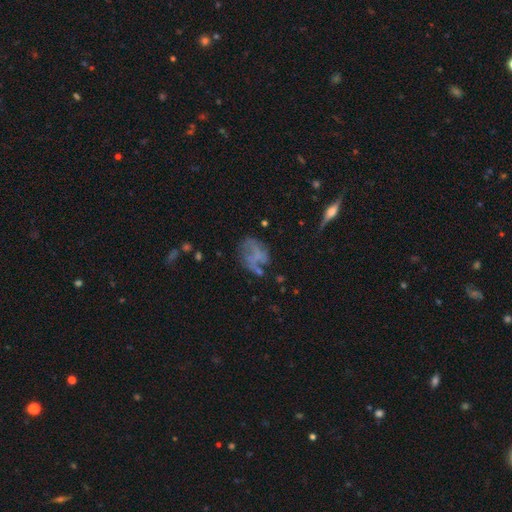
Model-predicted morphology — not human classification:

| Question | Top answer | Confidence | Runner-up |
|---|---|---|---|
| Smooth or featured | featured or disk | 45% | smooth (40%) |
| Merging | none | 41% | major disturbance (29%) |